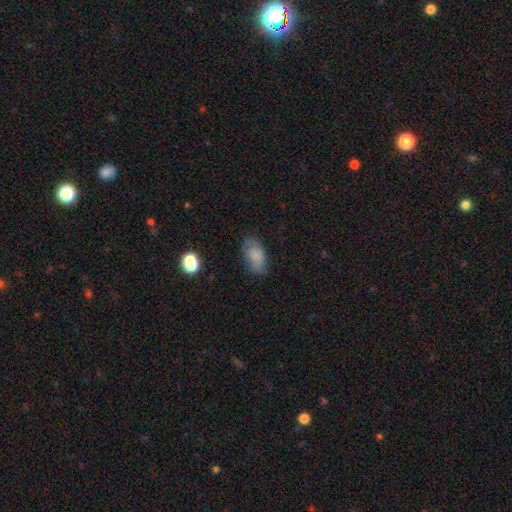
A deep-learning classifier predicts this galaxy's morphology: Smooth or featured?
  - smooth: 75% *
  - featured or disk: 16%
  - star or artifact: 9%
How rounded?
  - in between: 92% *
  - round: 6%
  - cigar-shaped: 2%
Merging?
  - none: 69% *
  - minor disturbance: 23%
  - major disturbance: 6%
  - merger: 2%